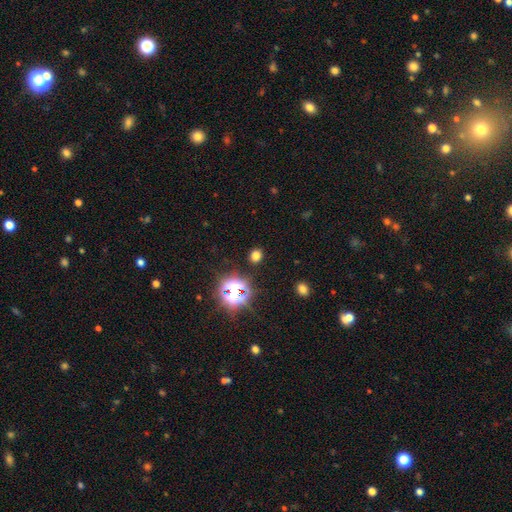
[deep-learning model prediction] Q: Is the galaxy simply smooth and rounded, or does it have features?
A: smooth — 67%.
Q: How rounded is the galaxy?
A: round — 74%.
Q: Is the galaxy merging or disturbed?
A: none — 87%.